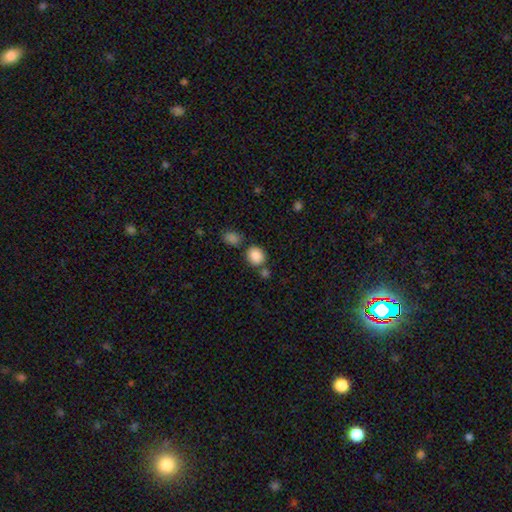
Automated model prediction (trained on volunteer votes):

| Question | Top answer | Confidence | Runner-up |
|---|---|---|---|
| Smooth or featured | smooth | 86% | star or artifact (10%) |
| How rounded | round | 68% | in between (30%) |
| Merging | none | 68% | merger (16%) |